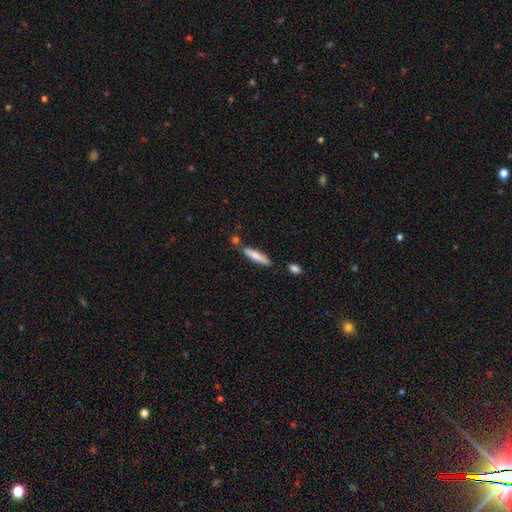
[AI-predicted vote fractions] Smooth or featured? Predicted: smooth (p=0.72). How rounded? Predicted: cigar-shaped (p=0.83). Merging? Predicted: none (p=0.73).